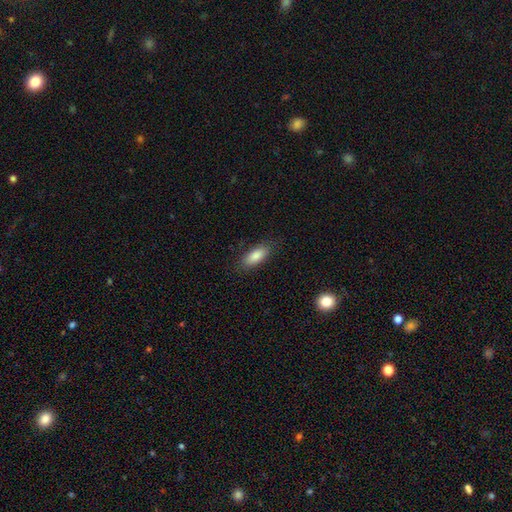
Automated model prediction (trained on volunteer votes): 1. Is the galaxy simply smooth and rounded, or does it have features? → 84% smooth, 9% featured or disk, 7% star or artifact.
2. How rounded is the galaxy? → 80% in between, 18% cigar-shaped, 2% round.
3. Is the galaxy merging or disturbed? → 84% none, 12% minor disturbance, 3% major disturbance, 1% merger.